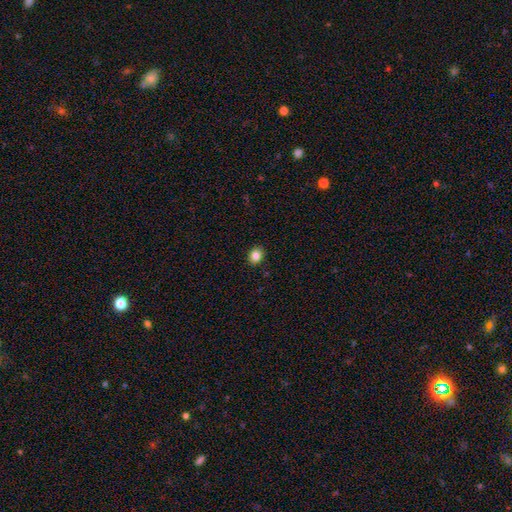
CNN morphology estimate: smooth_or_featured: smooth (p=0.84) [alt: star or artifact p=0.10]
how_rounded: round (p=0.54) [alt: in between p=0.45]
merging: none (p=0.91) [alt: minor disturbance p=0.06]